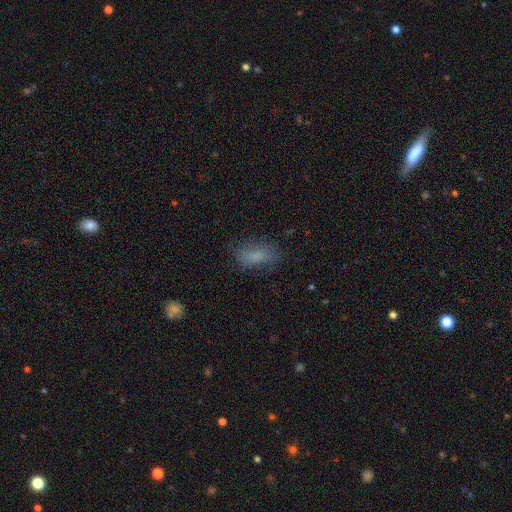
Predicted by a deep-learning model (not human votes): Smooth or featured?
  - smooth: 76% *
  - featured or disk: 14%
  - star or artifact: 10%
How rounded?
  - in between: 84% *
  - cigar-shaped: 11%
  - round: 5%
Merging?
  - none: 72% *
  - minor disturbance: 19%
  - major disturbance: 7%
  - merger: 1%